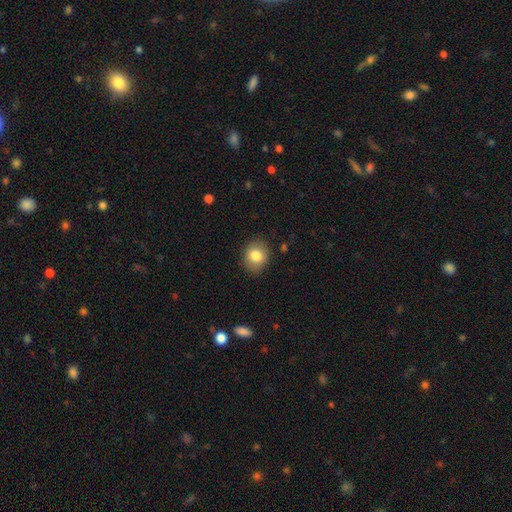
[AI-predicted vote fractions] Overall: smooth (82%). How rounded: round (58%; in between 41%). Merging: none (85%).